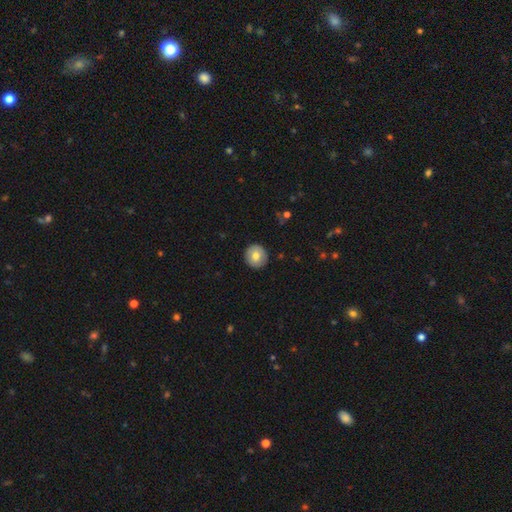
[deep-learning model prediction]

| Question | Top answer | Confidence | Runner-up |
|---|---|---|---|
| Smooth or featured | smooth | 73% | featured or disk (20%) |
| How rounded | round | 92% | in between (7%) |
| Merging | none | 90% | minor disturbance (8%) |